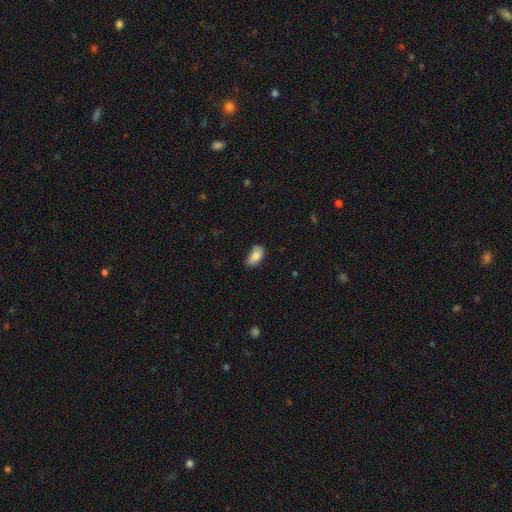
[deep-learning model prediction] Smooth or featured? smooth (86%)
How rounded? in between (92%)
Merging? none (69%)